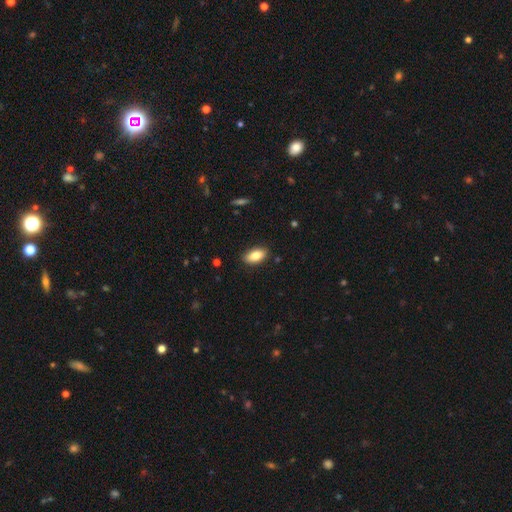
Overall: smooth (78%). How rounded: in between (94%). Merging: none (90%).